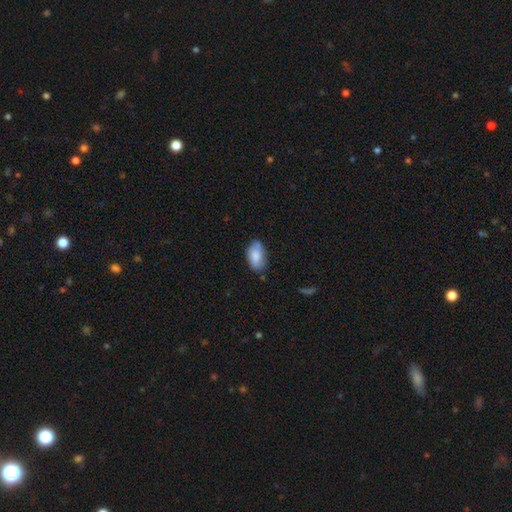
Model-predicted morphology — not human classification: Overall: smooth (82%). How rounded: in between (93%). Merging: none (72%).